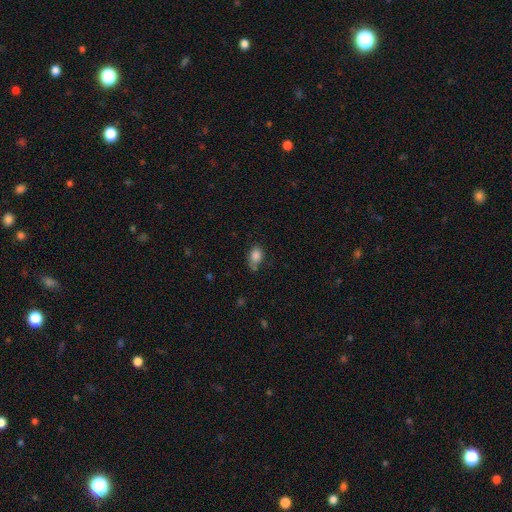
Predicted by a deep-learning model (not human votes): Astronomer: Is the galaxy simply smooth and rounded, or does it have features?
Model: smooth — 84%.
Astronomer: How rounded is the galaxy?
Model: in between — 74%.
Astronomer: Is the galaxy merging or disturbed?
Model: none — 57%.